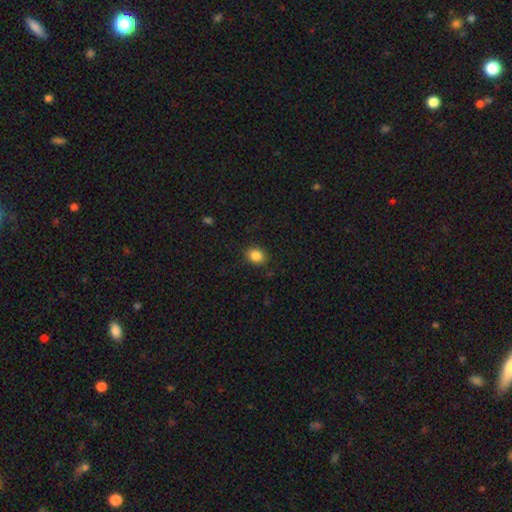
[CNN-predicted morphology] type=smooth (86%); roundness=round (54%); merging=none (86%).